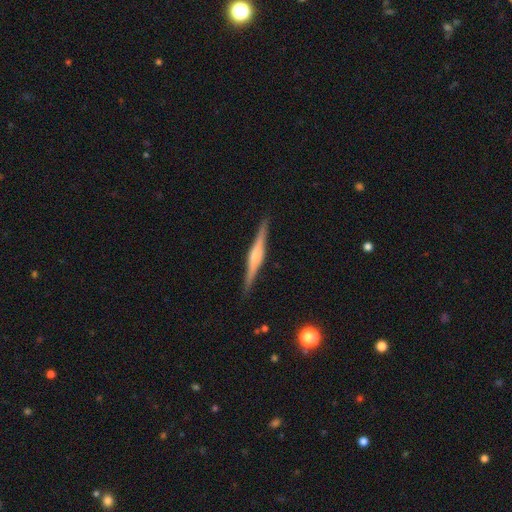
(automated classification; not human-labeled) This appears to be a featured or disk galaxy (79%) viewed edge-on (98%) with a rounded central bulge (74%). Merging: none (91%).